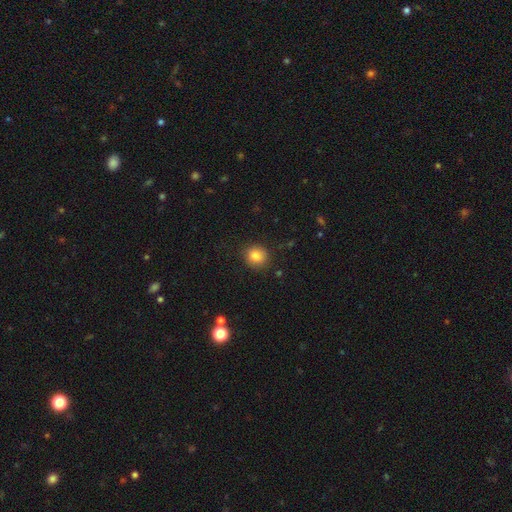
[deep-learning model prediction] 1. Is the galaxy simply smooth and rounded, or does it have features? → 84% smooth, 10% star or artifact, 6% featured or disk.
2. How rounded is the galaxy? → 85% round, 14% in between, 1% cigar-shaped.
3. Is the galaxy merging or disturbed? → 88% none, 9% minor disturbance, 3% major disturbance, 1% merger.